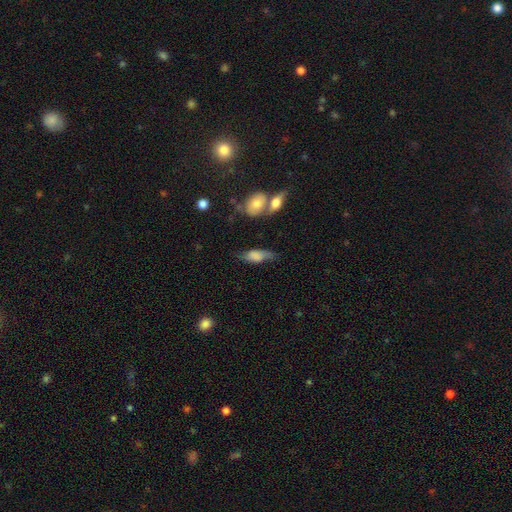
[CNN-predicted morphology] Q: Smooth or featured?
A: smooth (67%); runner-up: featured or disk (26%)
Q: How rounded?
A: in between (71%); runner-up: cigar-shaped (24%)
Q: Merging?
A: none (52%); runner-up: minor disturbance (30%)